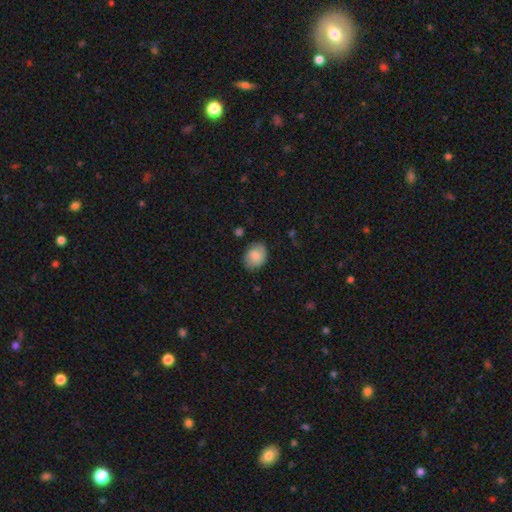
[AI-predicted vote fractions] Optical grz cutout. It shows a smooth galaxy with no disk features (84%) that is in between round and cigar-shaped (65%). Merging: none (80%).